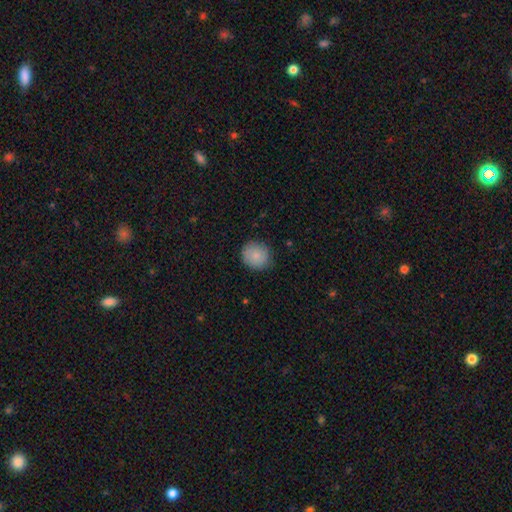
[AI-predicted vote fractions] smooth_or_featured: smooth (p=0.85) [alt: featured or disk p=0.08]
how_rounded: round (p=0.84) [alt: in between p=0.15]
merging: none (p=0.84) [alt: minor disturbance p=0.13]